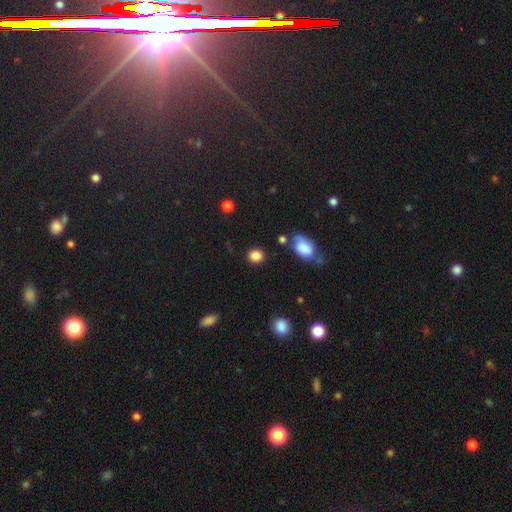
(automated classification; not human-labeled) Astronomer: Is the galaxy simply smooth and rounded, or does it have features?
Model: smooth — 85%.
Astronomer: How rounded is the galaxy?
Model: round — 75%.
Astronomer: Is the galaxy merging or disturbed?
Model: none — 82%.